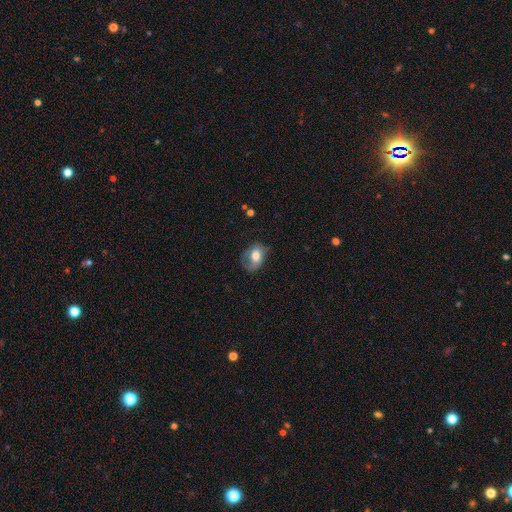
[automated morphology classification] type=smooth (65%); roundness=in between (72%); merging=none (42%).